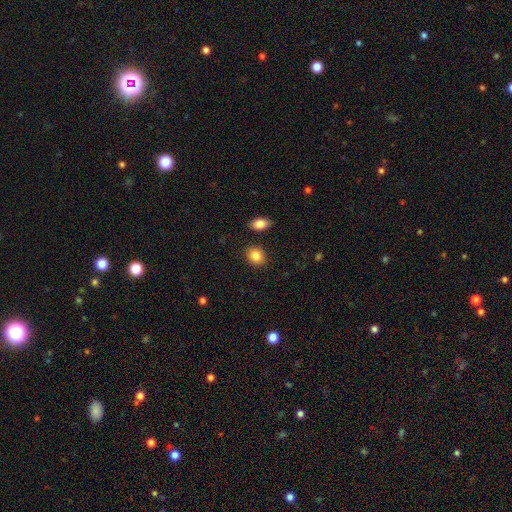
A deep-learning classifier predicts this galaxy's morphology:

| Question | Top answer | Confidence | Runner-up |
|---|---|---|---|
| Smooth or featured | smooth | 86% | star or artifact (8%) |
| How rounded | round | 58% | in between (41%) |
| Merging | none | 86% | minor disturbance (8%) |